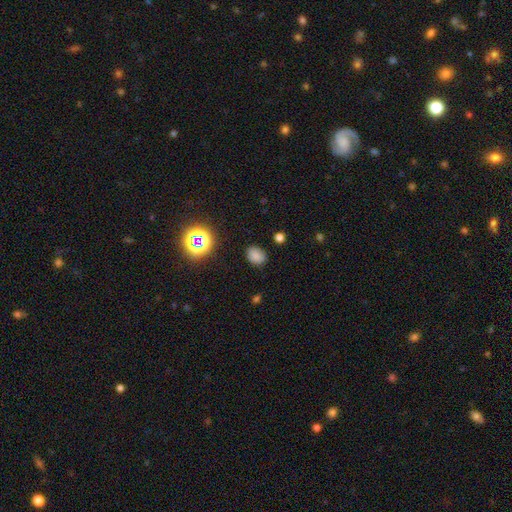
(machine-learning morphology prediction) type=smooth (77%); roundness=in between (58%); merging=none (83%).